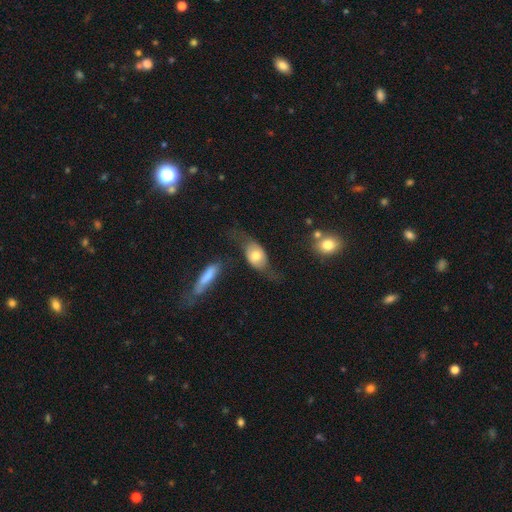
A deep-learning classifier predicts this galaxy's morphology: Smooth or featured? smooth (52%)
How rounded? in between (78%)
Merging? none (47%)